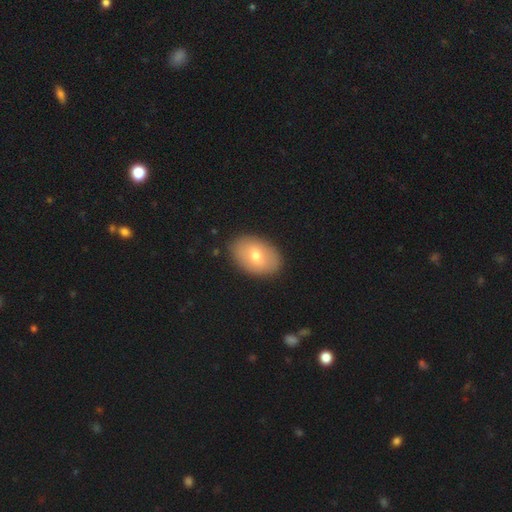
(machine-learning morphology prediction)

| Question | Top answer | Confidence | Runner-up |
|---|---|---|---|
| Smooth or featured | smooth | 68% | featured or disk (25%) |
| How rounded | in between | 88% | round (11%) |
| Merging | none | 87% | minor disturbance (9%) |